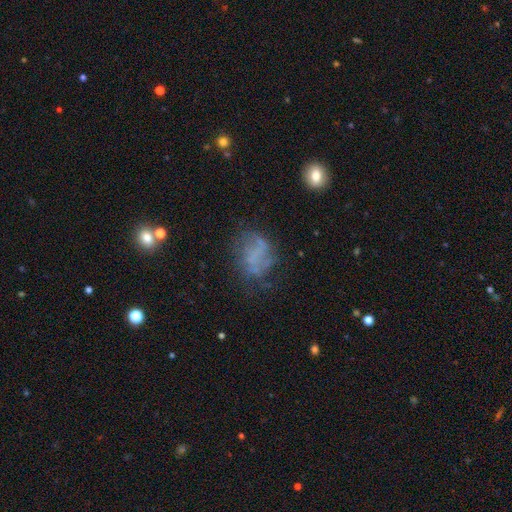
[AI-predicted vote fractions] The model was most divided on "smooth or featured": featured or disk: 48%, smooth: 34%, star or artifact: 18%. Remaining: merging — none (50%).